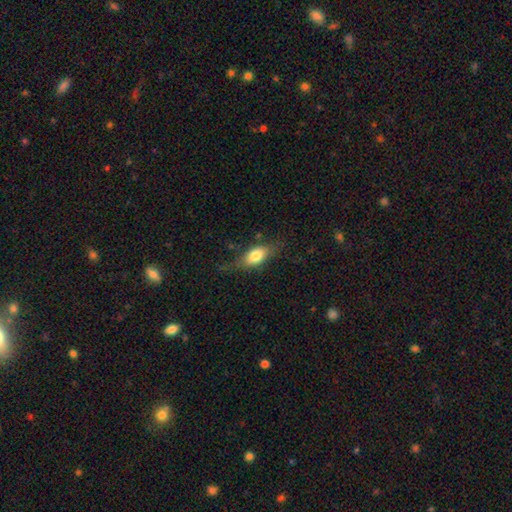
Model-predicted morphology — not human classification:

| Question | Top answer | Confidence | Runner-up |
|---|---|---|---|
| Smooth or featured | smooth | 65% | featured or disk (27%) |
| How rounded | in between | 76% | cigar-shaped (15%) |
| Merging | none | 63% | minor disturbance (24%) |